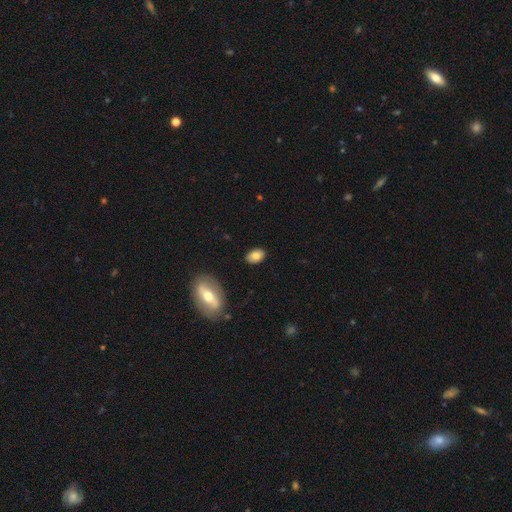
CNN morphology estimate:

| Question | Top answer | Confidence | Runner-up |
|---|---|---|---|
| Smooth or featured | smooth | 77% | featured or disk (14%) |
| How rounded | in between | 86% | round (12%) |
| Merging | none | 86% | minor disturbance (10%) |